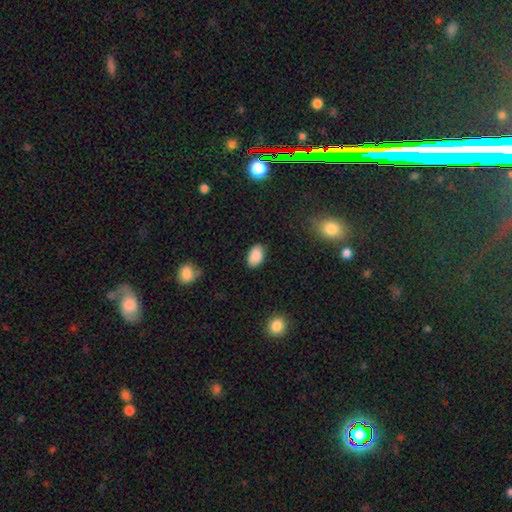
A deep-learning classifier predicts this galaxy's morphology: A smooth galaxy with no disk features (88%) that is in between round and cigar-shaped (91%).

Vote fractions:
- Smooth or featured? smooth: 88% / star or artifact: 8% / featured or disk: 5%
- How rounded? in between: 91% / round: 8% / cigar-shaped: 1%
- Merging? none: 80% / minor disturbance: 16% / major disturbance: 3% / merger: 1%